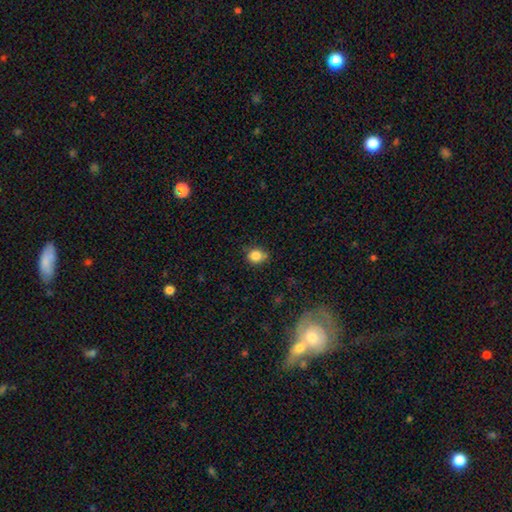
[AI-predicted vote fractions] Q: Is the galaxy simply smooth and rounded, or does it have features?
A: smooth — 84%.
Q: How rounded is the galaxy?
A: round — 76%.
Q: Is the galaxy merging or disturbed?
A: none — 71%.